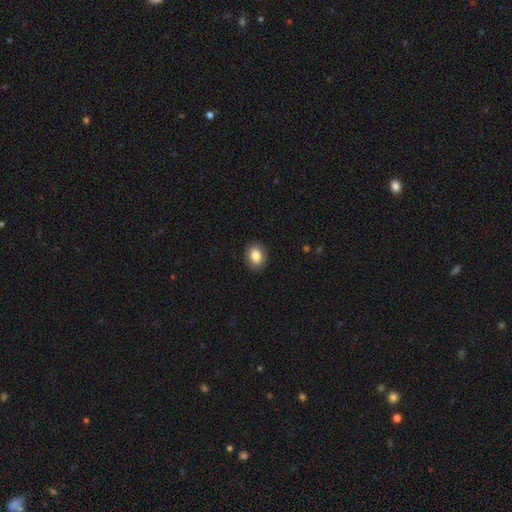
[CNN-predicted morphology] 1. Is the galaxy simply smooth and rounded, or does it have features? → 87% smooth, 8% star or artifact, 6% featured or disk.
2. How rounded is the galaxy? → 62% in between, 37% round, 1% cigar-shaped.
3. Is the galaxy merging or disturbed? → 90% none, 7% minor disturbance, 2% major disturbance, 1% merger.